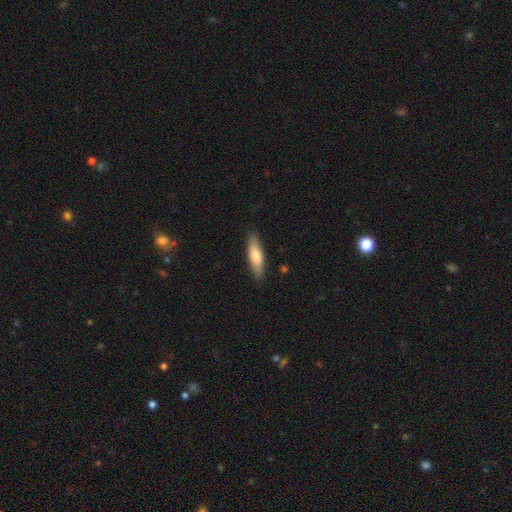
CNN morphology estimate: Overall: smooth (75%). How rounded: cigar-shaped (65%; in between 34%). Merging: none (87%).